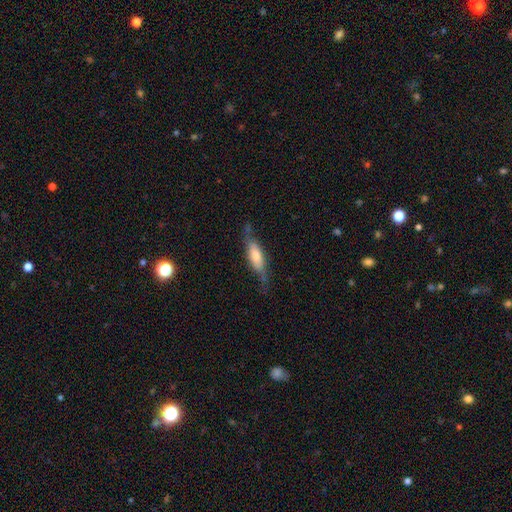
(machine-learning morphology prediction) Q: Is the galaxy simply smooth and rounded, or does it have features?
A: featured or disk — 48%.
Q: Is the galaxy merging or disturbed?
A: none — 61%.